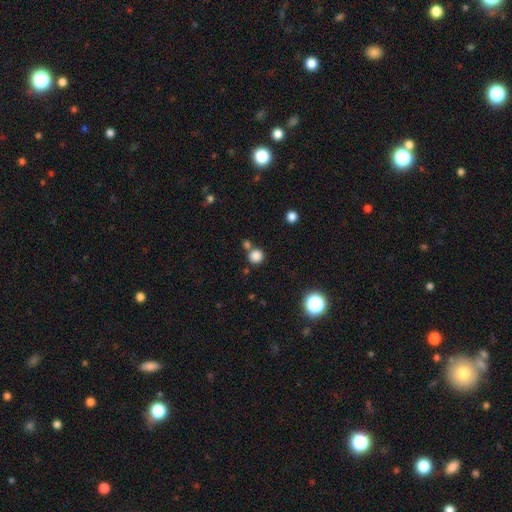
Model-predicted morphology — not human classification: Smooth or featured? smooth (82%)
How rounded? round (92%)
Merging? none (69%)